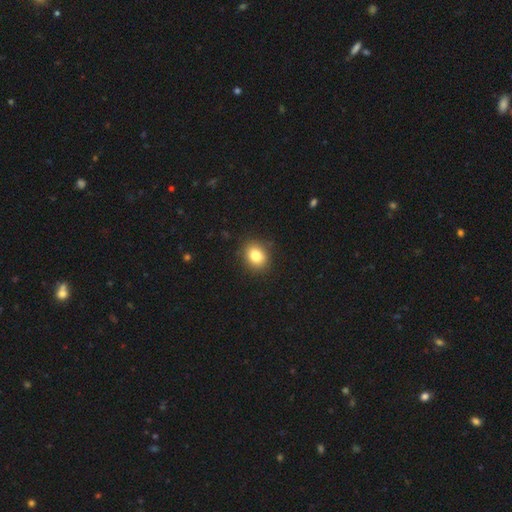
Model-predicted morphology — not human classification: This appears to be a smooth galaxy with no disk features (82%) that is round (57%). Merging: none (88%).